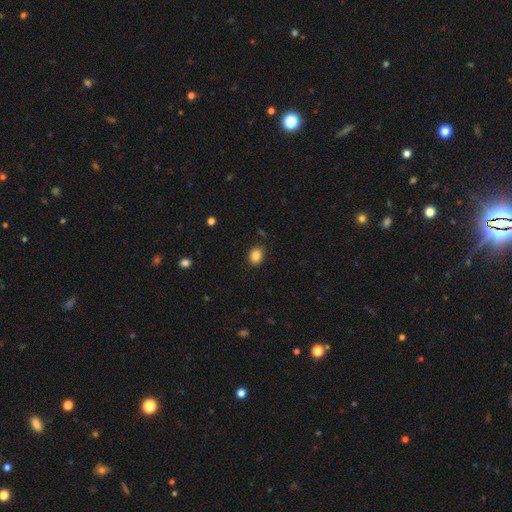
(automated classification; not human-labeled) Overall: smooth (86%). How rounded: round (55%; in between 45%). Merging: none (88%).